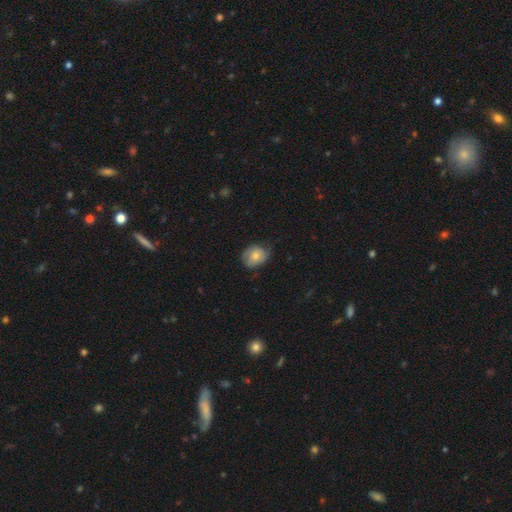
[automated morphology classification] Overall: smooth (66%; featured or disk 27%). How rounded: in between (51%; round 48%). Merging: none (59%; minor disturbance 30%).